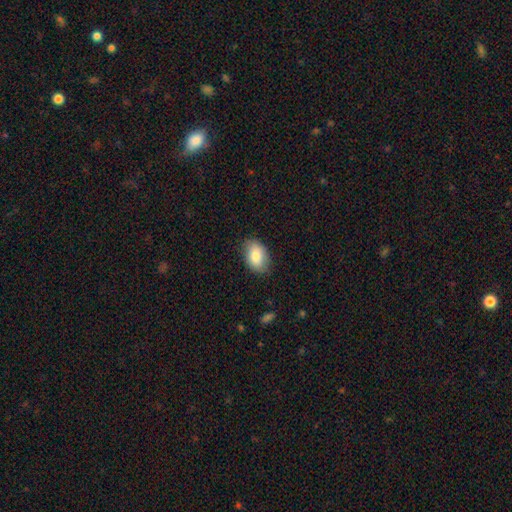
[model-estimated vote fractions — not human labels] A smooth galaxy with no disk features (83%) that is in between round and cigar-shaped (87%).

Vote fractions:
- Smooth or featured? smooth: 83% / featured or disk: 10% / star or artifact: 7%
- How rounded? in between: 87% / round: 11% / cigar-shaped: 1%
- Merging? none: 82% / minor disturbance: 15% / major disturbance: 3% / merger: 1%